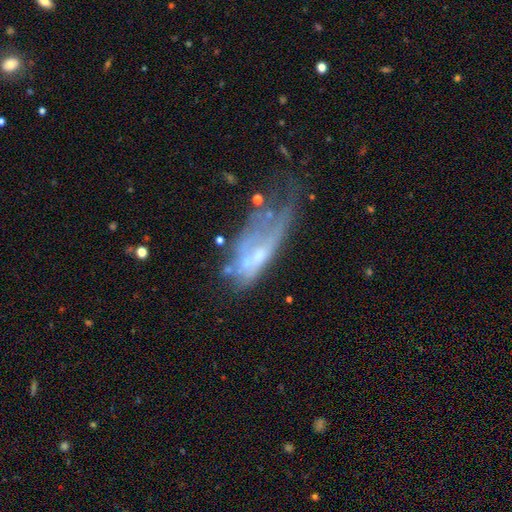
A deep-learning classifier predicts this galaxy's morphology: Smooth or featured? featured or disk (60%)
Edge-on disk? no (85%)
Bar? no (76%)
Spiral arms? no (74%)
Bulge size? small (40%)
Merging? major disturbance (44%)